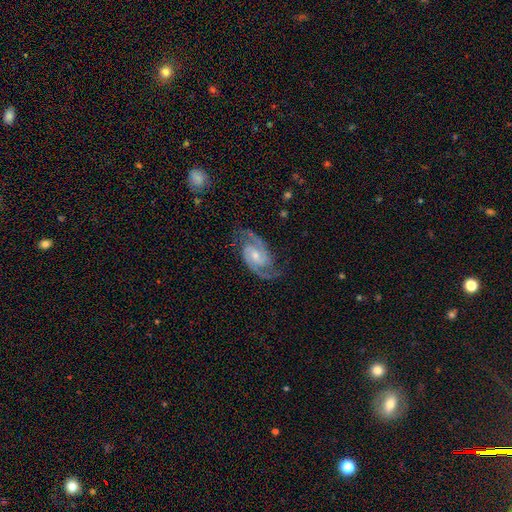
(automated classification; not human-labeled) This appears to be a featured or disk galaxy (92%) with a weak bar (46%), 2 (93%) medium (57%) spiral arms (98%) and a small central bulge (51%). Merging: none (80%).